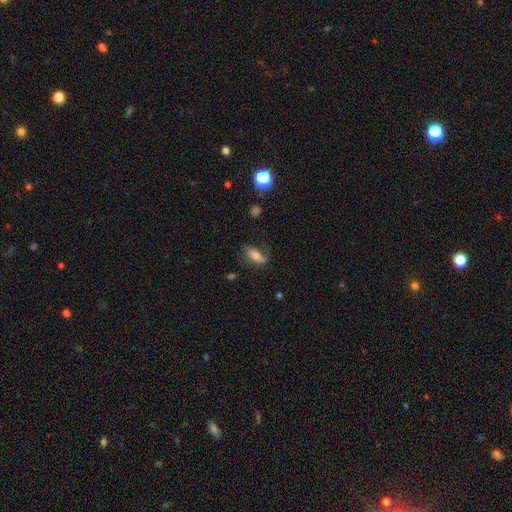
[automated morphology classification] This appears to be a smooth galaxy with no disk features (61%) that is in between round and cigar-shaped (85%). Merging: none (58%).